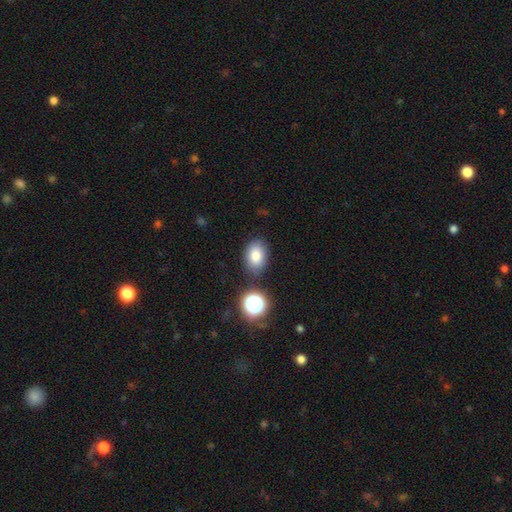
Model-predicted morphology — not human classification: smooth 80%, star or artifact 11%, featured or disk 9%. Down the decision tree: how rounded — in between (79%); merging — none (79%).